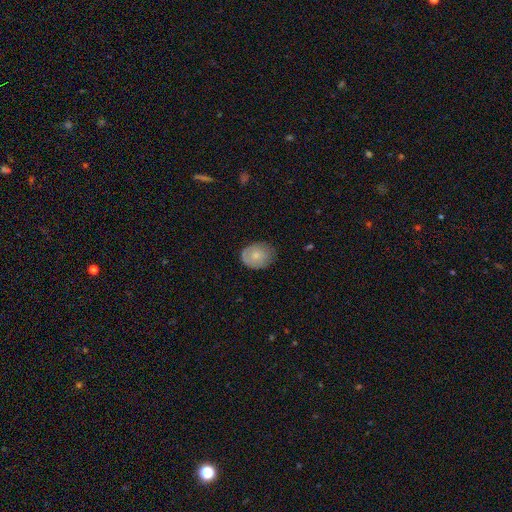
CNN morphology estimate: Smooth or featured? Predicted: smooth (p=0.67). How rounded? Predicted: round (p=0.54). Merging? Predicted: none (p=0.70).